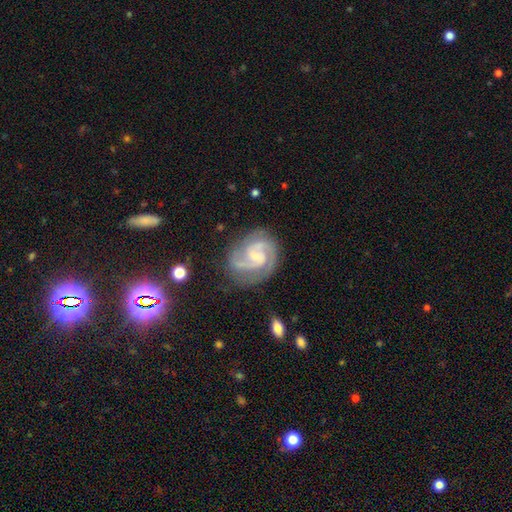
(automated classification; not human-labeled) Q: Smooth or featured?
A: featured or disk (90%); runner-up: smooth (6%)
Q: Edge-on disk?
A: no (98%); runner-up: yes (2%)
Q: Bar?
A: no (47%); runner-up: weak (42%)
Q: Spiral arms?
A: yes (98%); runner-up: no (2%)
Q: Spiral winding?
A: medium (49%); runner-up: tight (43%)
Q: Spiral arm count?
A: 2 (74%); runner-up: 3 (15%)
Q: Bulge size?
A: small (64%); runner-up: moderate (22%)
Q: Merging?
A: none (74%); runner-up: minor disturbance (17%)